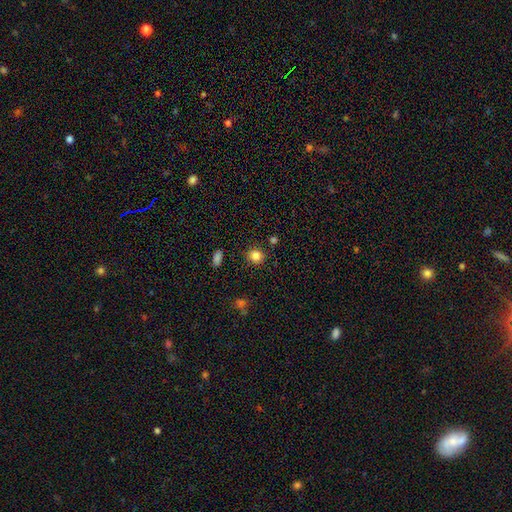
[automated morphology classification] smooth-or-featured: smooth: 84% | star or artifact: 11% | featured or disk: 5%
  how-rounded: round: 89% | in between: 10% | cigar-shaped: 1%
  merging: none: 87% | minor disturbance: 7% | merger: 3% | major disturbance: 2%